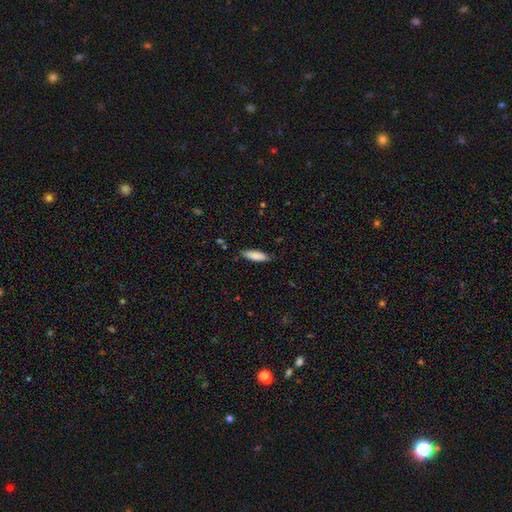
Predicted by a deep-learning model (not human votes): Morphology: type=smooth (84%); roundness=cigar-shaped (53%); merging=none (81%).